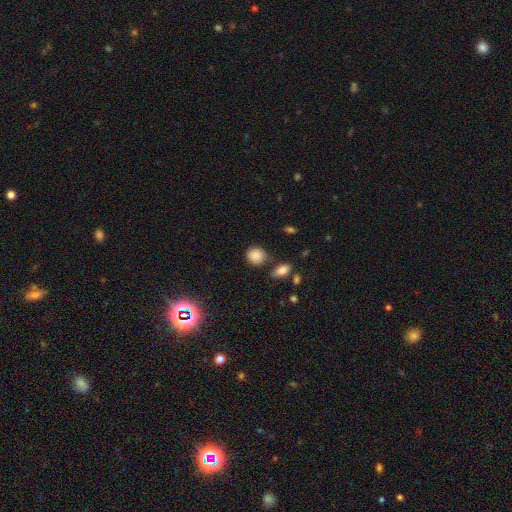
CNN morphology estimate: This is clearly a smooth galaxy (85%). How rounded: likely round (76%). Merging: likely none (64%).